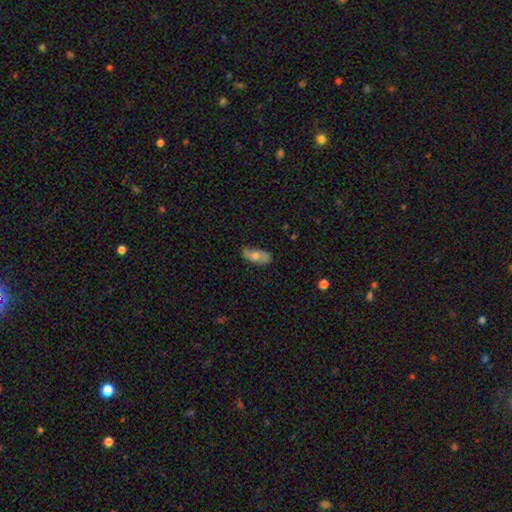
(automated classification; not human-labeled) The model was most divided on "smooth or featured": smooth: 55%, featured or disk: 38%, star or artifact: 7%. More confident: how rounded — in between (82%); merging — none (78%).